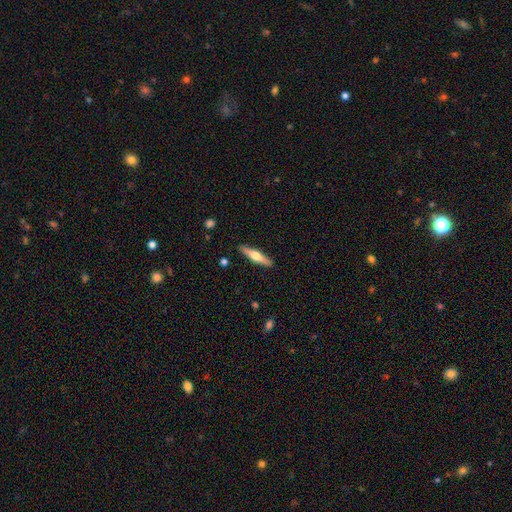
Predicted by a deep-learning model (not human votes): A featured or disk galaxy (52%) viewed edge-on (95%). Merging: none (90%).